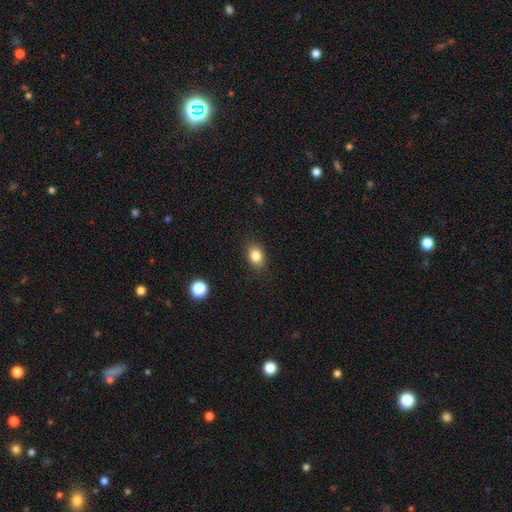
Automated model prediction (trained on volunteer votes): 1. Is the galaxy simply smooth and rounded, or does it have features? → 83% smooth, 10% star or artifact, 7% featured or disk.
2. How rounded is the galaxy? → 67% in between, 32% round, 1% cigar-shaped.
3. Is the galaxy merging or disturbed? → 85% none, 11% minor disturbance, 3% major disturbance, 1% merger.